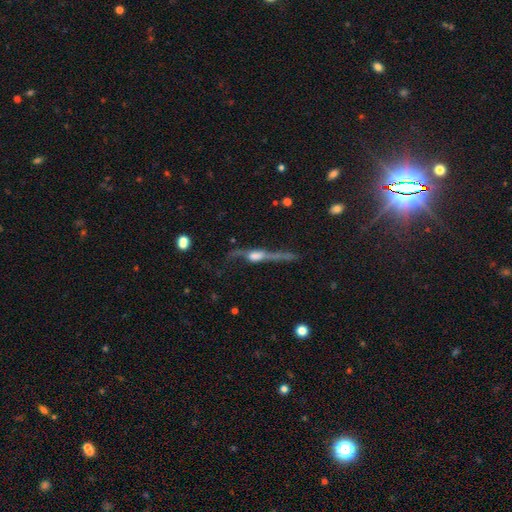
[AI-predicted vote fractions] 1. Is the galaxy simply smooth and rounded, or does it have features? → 71% featured or disk, 19% smooth, 10% star or artifact.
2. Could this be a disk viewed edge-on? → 80% yes, 20% no.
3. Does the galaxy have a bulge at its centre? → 72% rounded, 19% boxy, 9% none.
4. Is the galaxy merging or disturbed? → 48% none, 23% major disturbance, 22% minor disturbance, 7% merger.